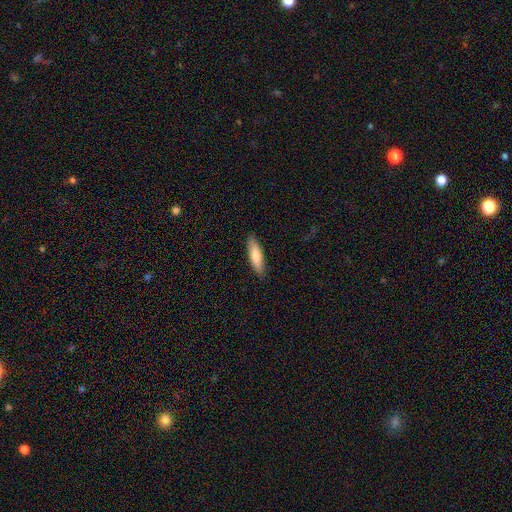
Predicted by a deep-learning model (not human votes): A smooth galaxy with no disk features (78%) that is cigar-shaped (63%). Merging: none (88%).